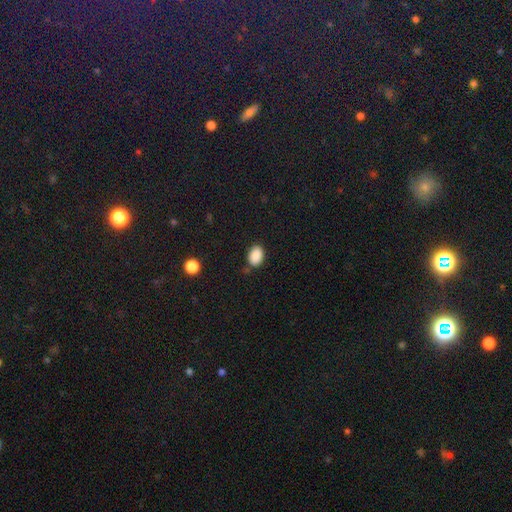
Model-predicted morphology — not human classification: The model was most divided on "merging": none: 77%, minor disturbance: 16%, merger: 3%, major disturbance: 3%. More confident: smooth or featured — smooth (88%); how rounded — in between (82%).